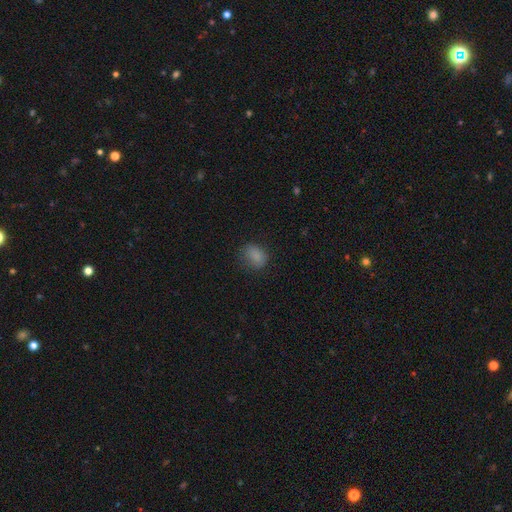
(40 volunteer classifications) Smooth or featured: smooth — 82% (star or artifact — 10%)
How rounded: in between — 58% (round — 36%)
Merging: none — 58% (minor disturbance — 22%)